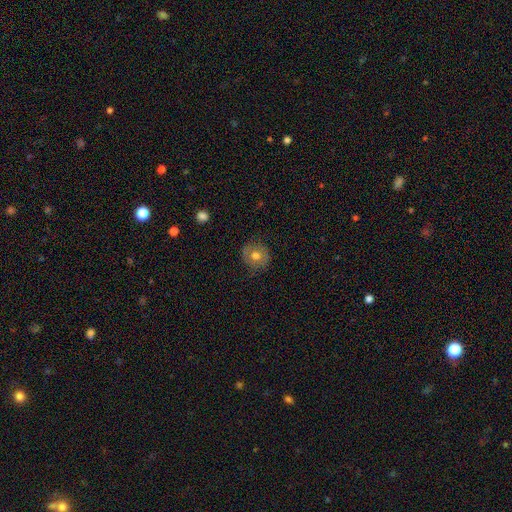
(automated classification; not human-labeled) Smooth or featured: smooth — 65% (featured or disk — 26%)
How rounded: round — 89% (in between — 10%)
Merging: none — 83% (minor disturbance — 13%)